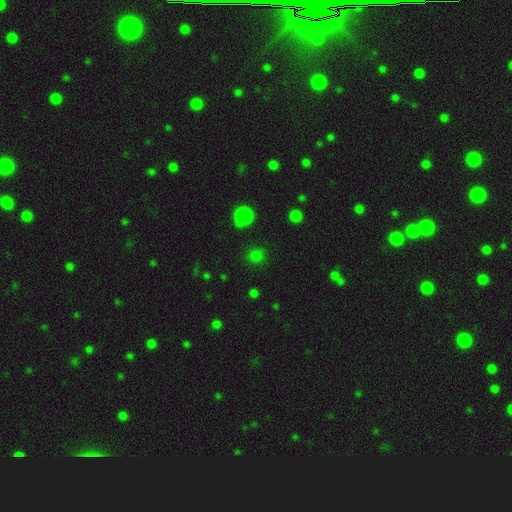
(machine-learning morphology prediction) A smooth galaxy with no disk features (75%) that is round (85%).

Vote fractions:
- Smooth or featured? smooth: 75% / star or artifact: 21% / featured or disk: 4%
- How rounded? round: 85% / in between: 13% / cigar-shaped: 1%
- Merging? none: 84% / minor disturbance: 10% / major disturbance: 4% / merger: 3%